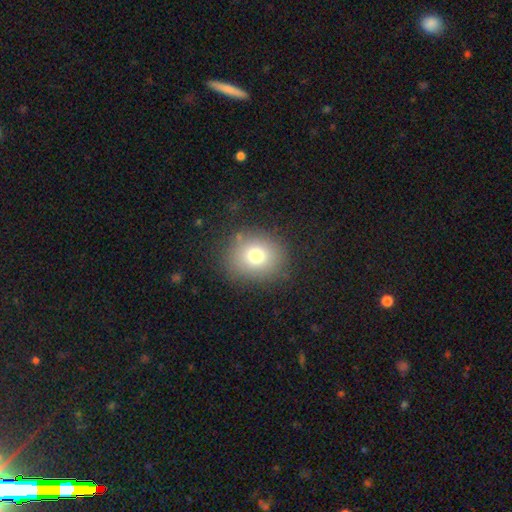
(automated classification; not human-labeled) This appears to be a smooth galaxy with no disk features (74%) that is round (75%). Merging: none (84%).